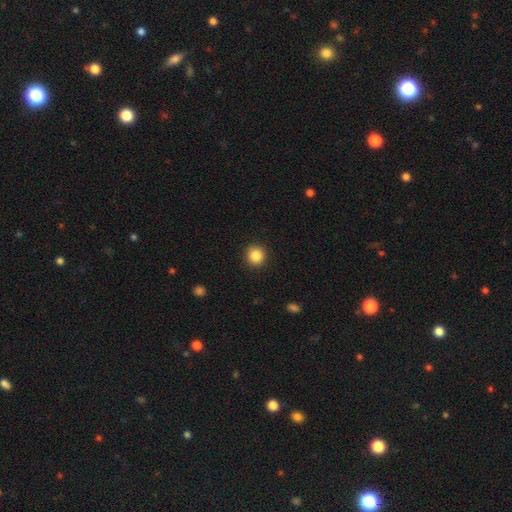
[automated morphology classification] A smooth galaxy with no disk features (86%) that is round (93%). Merging: none (92%).